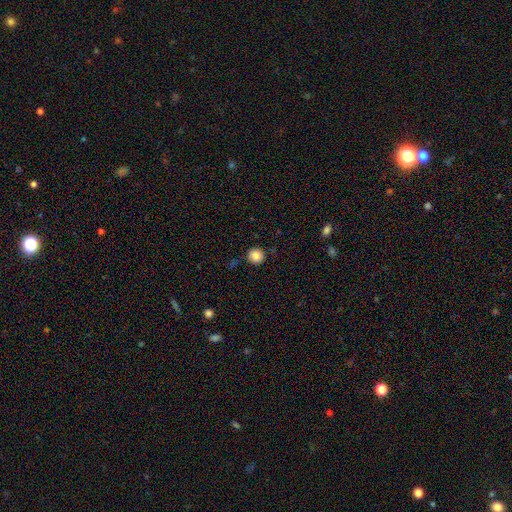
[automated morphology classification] type=smooth (86%); roundness=round (93%); merging=none (87%).